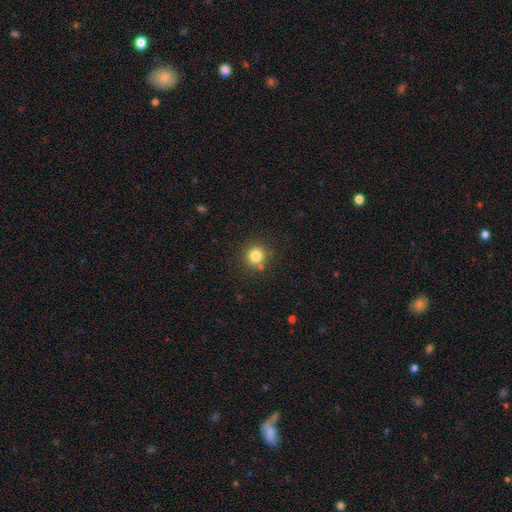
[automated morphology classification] Smooth or featured? smooth (82%)
How rounded? round (91%)
Merging? none (82%)